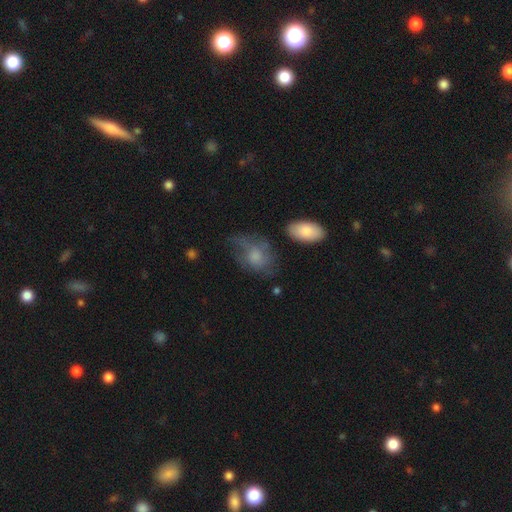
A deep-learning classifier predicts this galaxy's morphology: This appears to be a smooth galaxy with no disk features (56%) that is in between round and cigar-shaped (69%). Merging: none (34%).